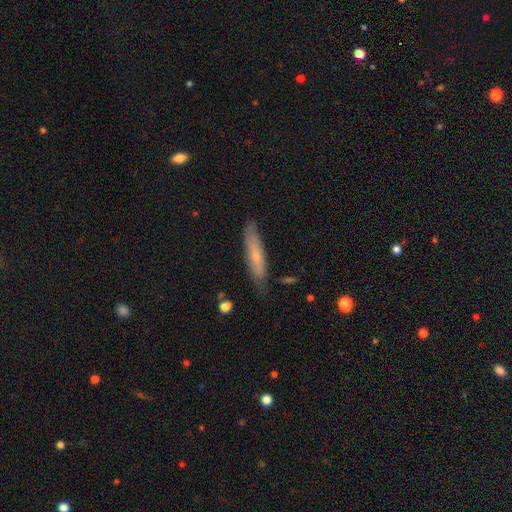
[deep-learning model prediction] This is likely a smooth galaxy (62%). How rounded: clearly cigar-shaped (85%). Merging: likely none (80%).